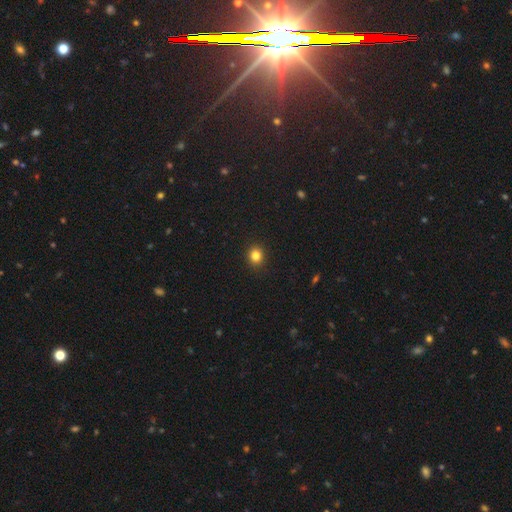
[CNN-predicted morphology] smooth 83%, star or artifact 12%, featured or disk 5%. Down the decision tree: how rounded — round (81%); merging — none (92%).